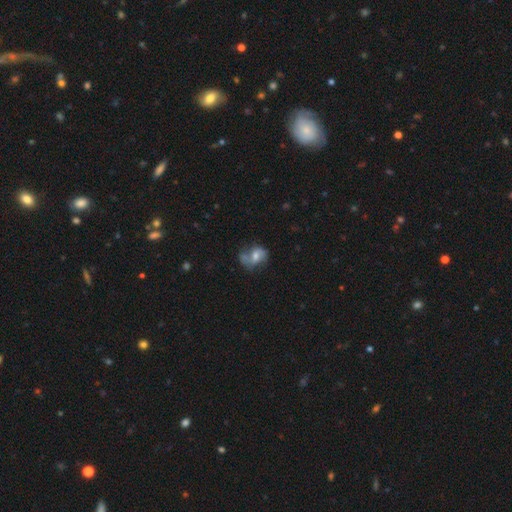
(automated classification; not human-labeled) This is possibly a featured or disk galaxy (50%). Merging: marginally none (43%).